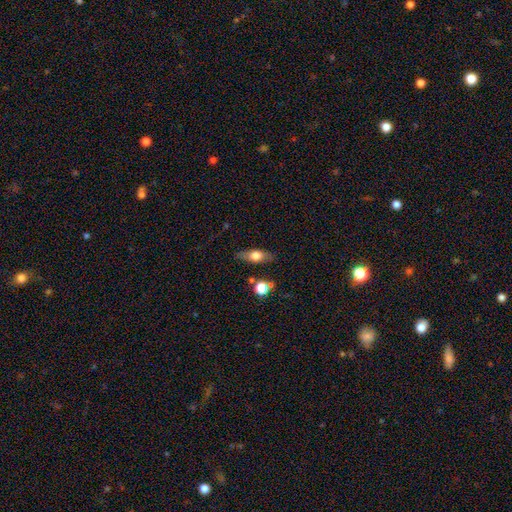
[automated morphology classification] Overall: smooth (57%; featured or disk 35%). How rounded: in between (65%; cigar-shaped 27%). Merging: none (80%).